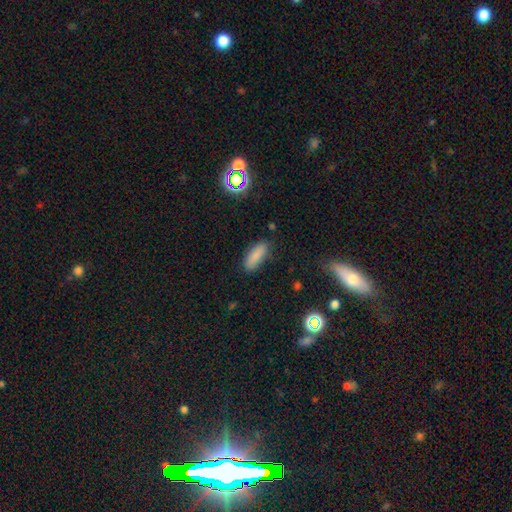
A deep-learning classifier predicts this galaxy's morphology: smooth_or_featured: smooth (p=0.84) [alt: star or artifact p=0.09]
how_rounded: in between (p=0.67) [alt: cigar-shaped p=0.30]
merging: none (p=0.83) [alt: minor disturbance p=0.13]